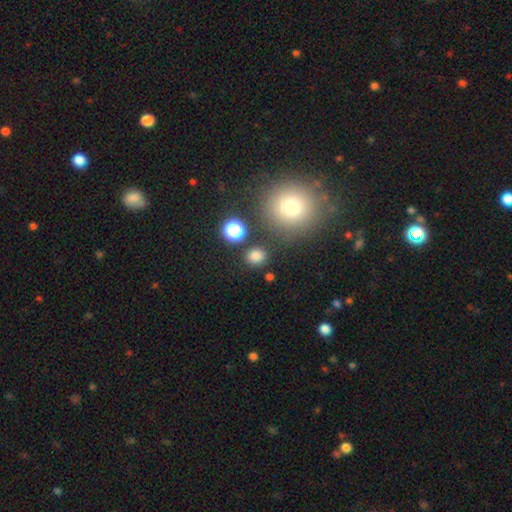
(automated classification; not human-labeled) Smooth or featured: smooth — 79% (star or artifact — 16%)
How rounded: round — 75% (in between — 24%)
Merging: none — 82% (minor disturbance — 9%)